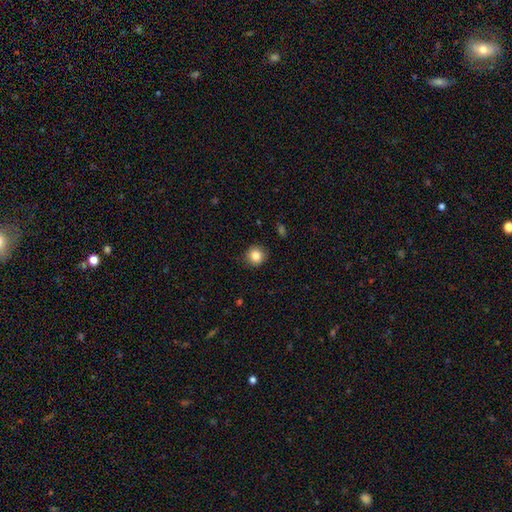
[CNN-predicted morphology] Smooth or featured? smooth (84%)
How rounded? round (92%)
Merging? none (89%)